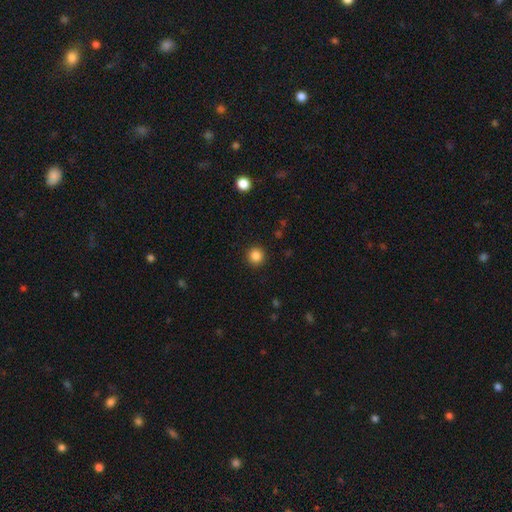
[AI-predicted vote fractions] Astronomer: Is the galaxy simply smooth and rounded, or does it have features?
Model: smooth — 86%.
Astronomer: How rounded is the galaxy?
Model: round — 95%.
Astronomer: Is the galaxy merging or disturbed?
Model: none — 92%.